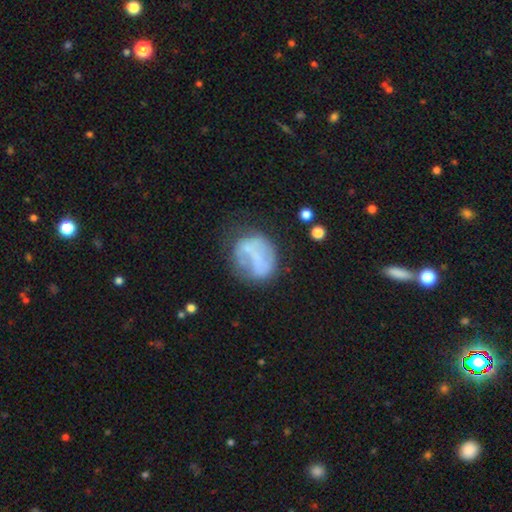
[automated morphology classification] Smooth or featured? smooth (45%, tied with featured or disk)
Merging? none (49%)